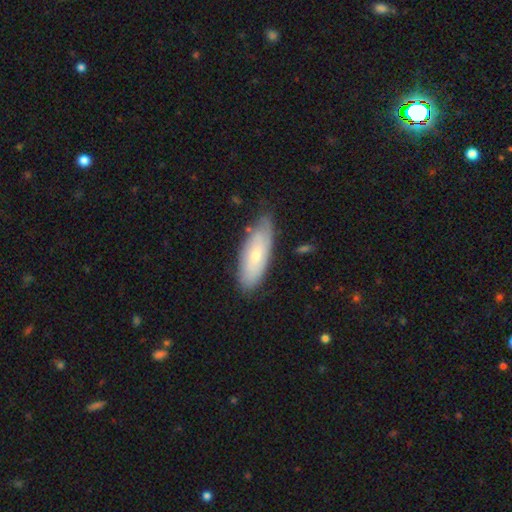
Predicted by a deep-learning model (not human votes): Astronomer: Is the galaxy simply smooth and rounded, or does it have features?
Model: smooth — 60%.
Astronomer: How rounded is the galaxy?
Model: in between — 70%.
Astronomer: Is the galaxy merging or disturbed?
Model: none — 72%.